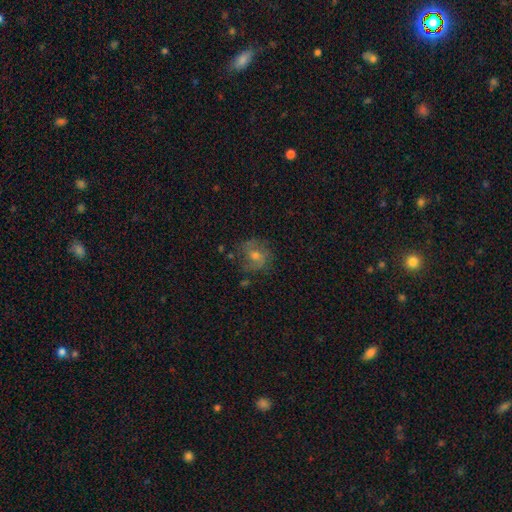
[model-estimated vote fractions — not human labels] smooth_or_featured: featured or disk (p=0.55) [alt: smooth p=0.28]
disk_edge_on: no (p=0.97) [alt: yes p=0.03]
bar: no (p=0.56) [alt: weak p=0.36]
has_spiral_arms: yes (p=0.80) [alt: no p=0.20]
bulge_size: moderate (p=0.61) [alt: small p=0.31]
merging: none (p=0.72) [alt: minor disturbance p=0.17]